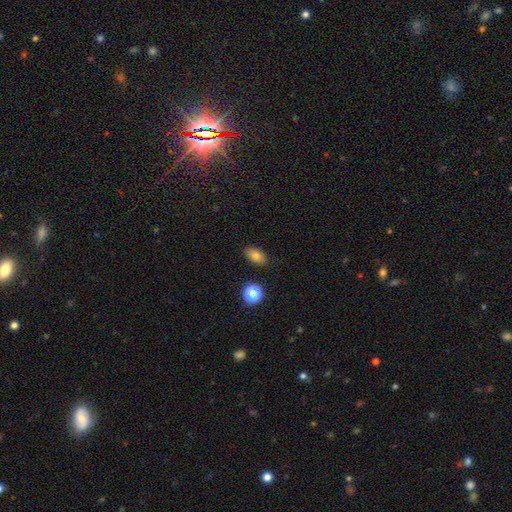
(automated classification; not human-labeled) Smooth or featured? smooth (78%)
How rounded? in between (88%)
Merging? none (86%)